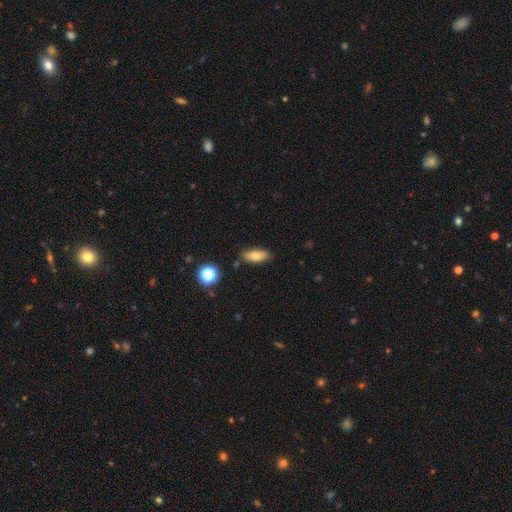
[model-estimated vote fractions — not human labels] This appears to be a smooth galaxy with no disk features (77%) that is in between round and cigar-shaped (79%). Merging: none (84%).